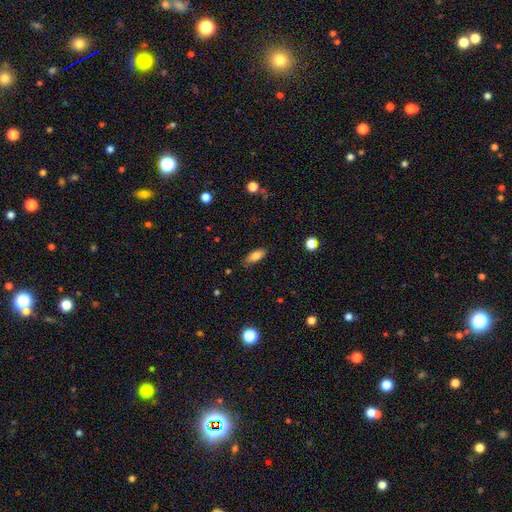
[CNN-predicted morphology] Smooth or featured: smooth — 82% (featured or disk — 10%)
How rounded: in between — 80% (cigar-shaped — 17%)
Merging: none — 79% (minor disturbance — 16%)